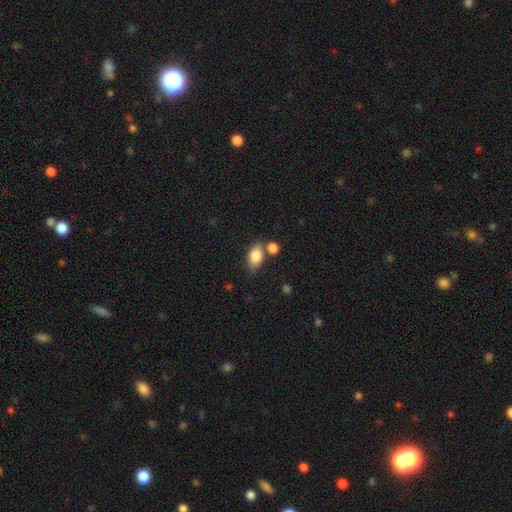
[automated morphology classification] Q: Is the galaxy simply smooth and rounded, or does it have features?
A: smooth — 84%.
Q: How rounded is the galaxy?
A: in between — 87%.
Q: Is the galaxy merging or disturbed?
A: none — 62%.